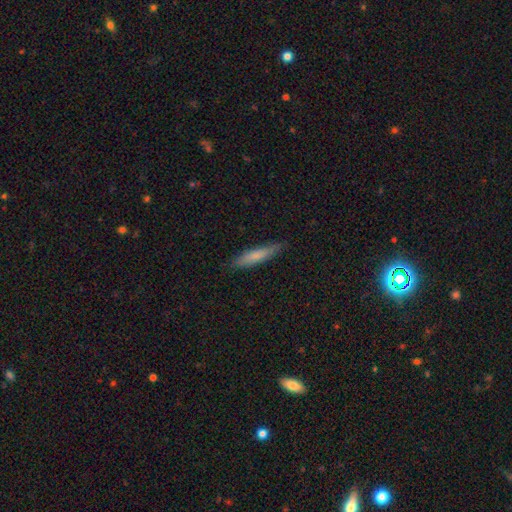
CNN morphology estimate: The model was most divided on "smooth or featured": smooth: 74%, featured or disk: 20%, star or artifact: 6%. More confident: how rounded — cigar-shaped (87%); merging — none (86%).